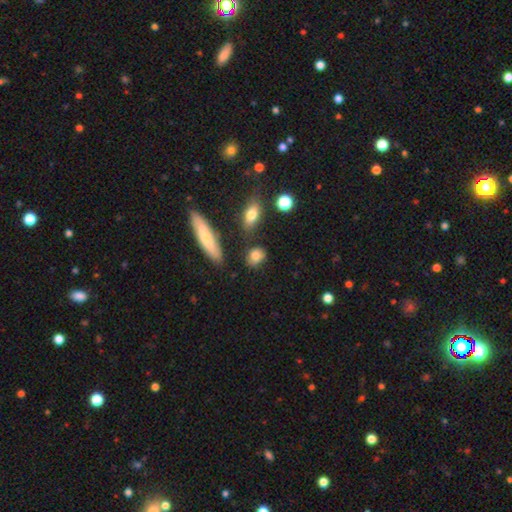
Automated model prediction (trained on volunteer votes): Smooth or featured? Predicted: smooth (p=0.80). How rounded? Predicted: in between (p=0.53). Merging? Predicted: none (p=0.71).